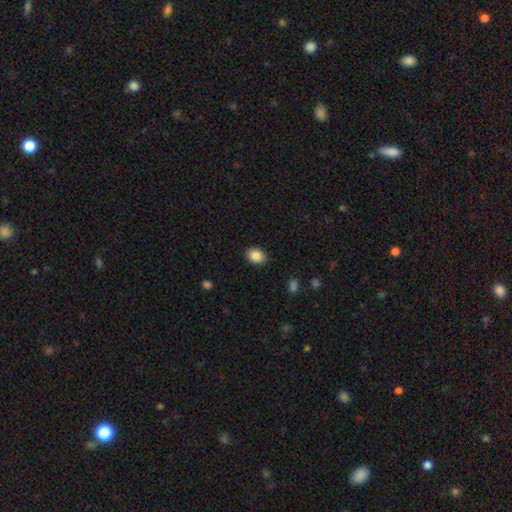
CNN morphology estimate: smooth_or_featured: smooth (p=0.87) [alt: star or artifact p=0.08]
how_rounded: in between (p=0.66) [alt: round p=0.33]
merging: none (p=0.89) [alt: minor disturbance p=0.08]